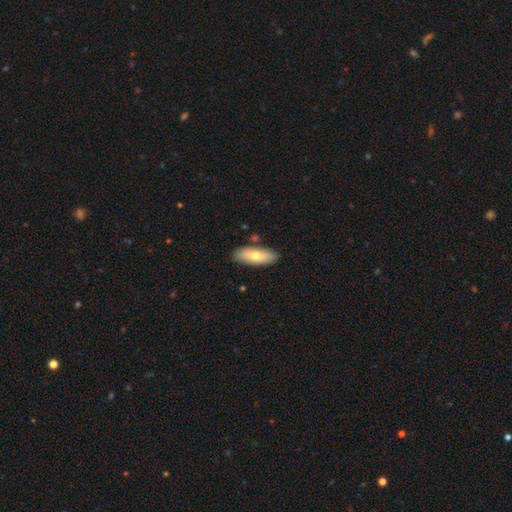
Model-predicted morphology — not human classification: A smooth galaxy with no disk features (67%) that is in between round and cigar-shaped (70%).

Vote fractions:
- Smooth or featured? smooth: 67% / featured or disk: 27% / star or artifact: 6%
- How rounded? in between: 70% / cigar-shaped: 27% / round: 3%
- Merging? none: 84% / minor disturbance: 10% / merger: 4% / major disturbance: 2%